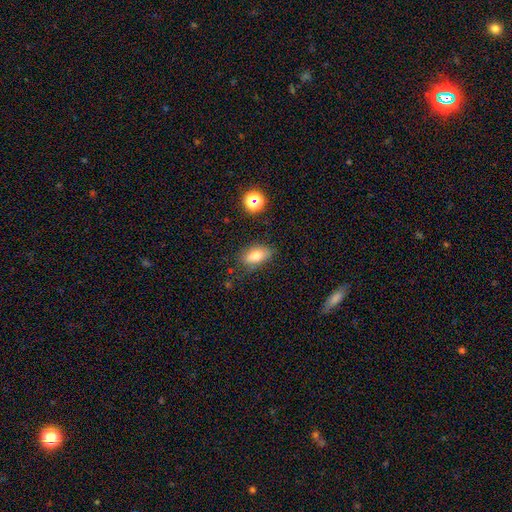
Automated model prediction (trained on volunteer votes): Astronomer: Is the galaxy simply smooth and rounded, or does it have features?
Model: smooth — 76%.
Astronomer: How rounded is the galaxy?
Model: in between — 84%.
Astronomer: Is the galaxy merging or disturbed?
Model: none — 75%.